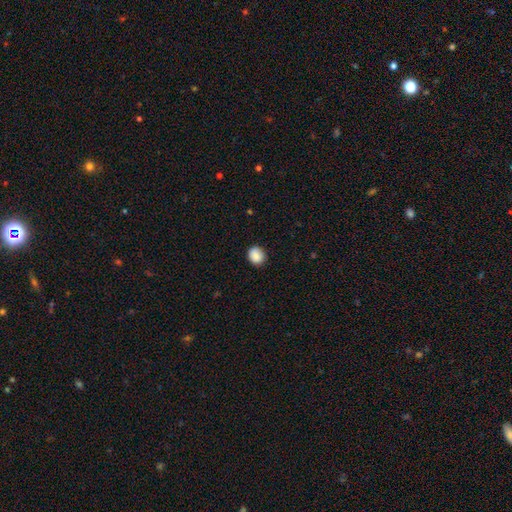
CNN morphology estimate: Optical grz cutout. It shows a smooth galaxy with no disk features (86%) that is round (74%). Merging: none (86%).